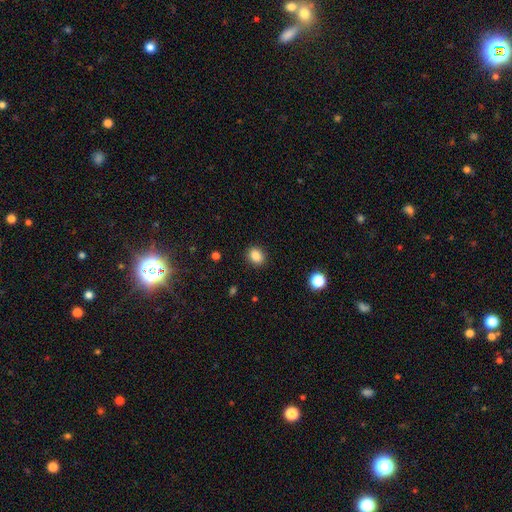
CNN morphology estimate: A smooth galaxy with no disk features (86%) that is round (53%).

Vote fractions:
- Smooth or featured? smooth: 86% / star or artifact: 10% / featured or disk: 4%
- How rounded? round: 53% / in between: 46% / cigar-shaped: 1%
- Merging? none: 90% / minor disturbance: 7% / major disturbance: 2% / merger: 1%